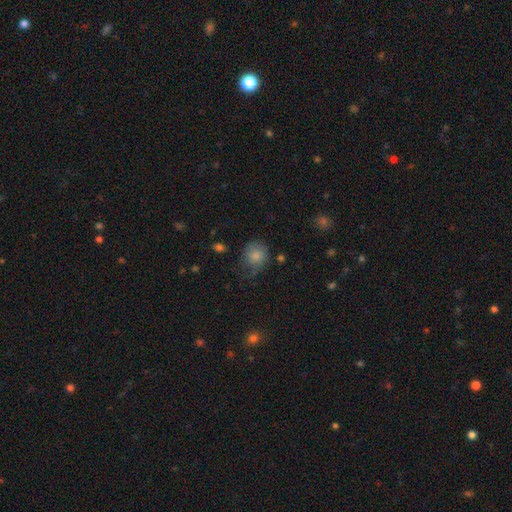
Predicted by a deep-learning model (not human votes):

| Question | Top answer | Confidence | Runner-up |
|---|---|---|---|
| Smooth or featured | smooth | 79% | featured or disk (12%) |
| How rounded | round | 73% | in between (26%) |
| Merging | none | 51% | minor disturbance (31%) |